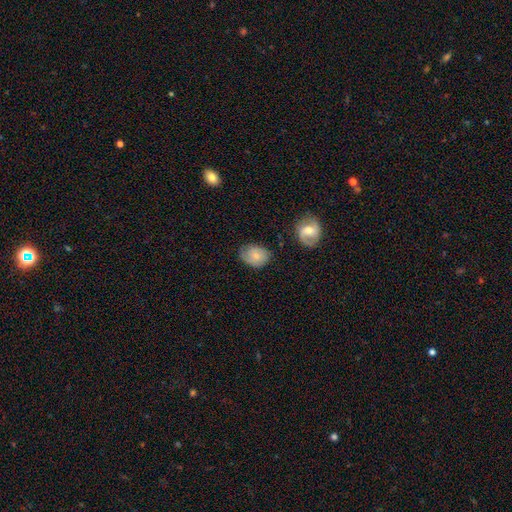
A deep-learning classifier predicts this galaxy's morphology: Overall: smooth (66%; featured or disk 27%). How rounded: in between (62%; round 37%). Merging: none (64%; minor disturbance 26%).